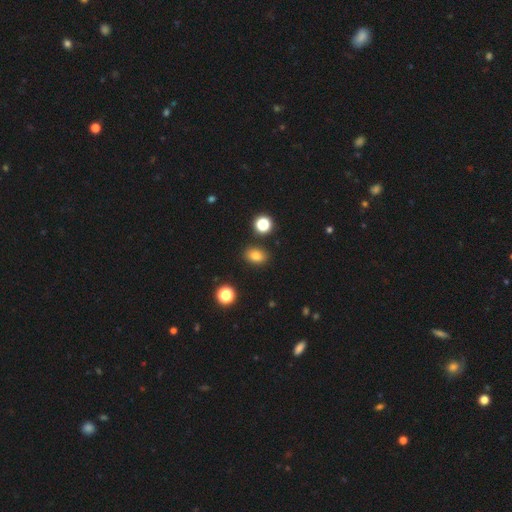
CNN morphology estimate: Smooth or featured? Predicted: smooth (p=0.80). How rounded? Predicted: in between (p=0.71). Merging? Predicted: none (p=0.86).